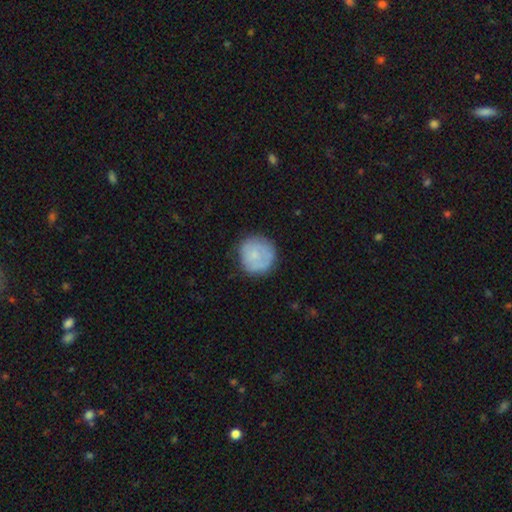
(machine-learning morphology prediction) This is likely a smooth galaxy (72%). How rounded: clearly round (93%). Merging: likely none (75%).